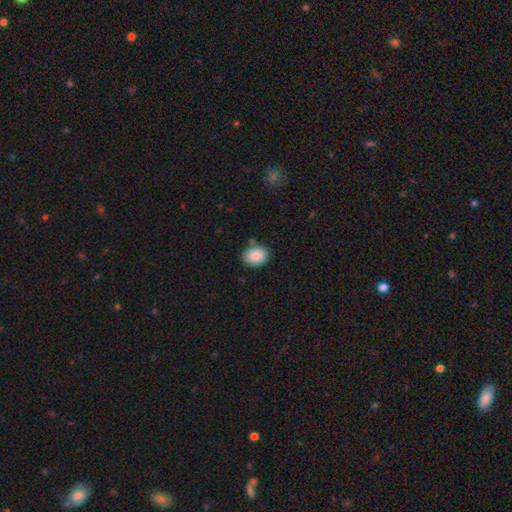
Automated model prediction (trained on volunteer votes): This is clearly a smooth galaxy (87%). How rounded: likely in between (68%). Merging: likely none (80%).